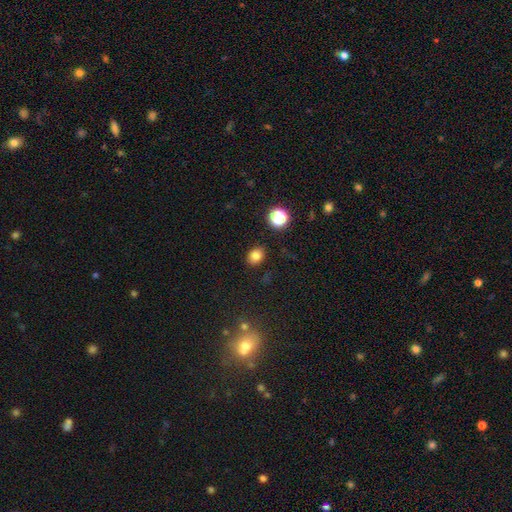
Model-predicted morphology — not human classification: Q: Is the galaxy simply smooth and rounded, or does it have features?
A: smooth — 80%.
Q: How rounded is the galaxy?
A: in between — 58%.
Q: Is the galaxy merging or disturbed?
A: none — 87%.